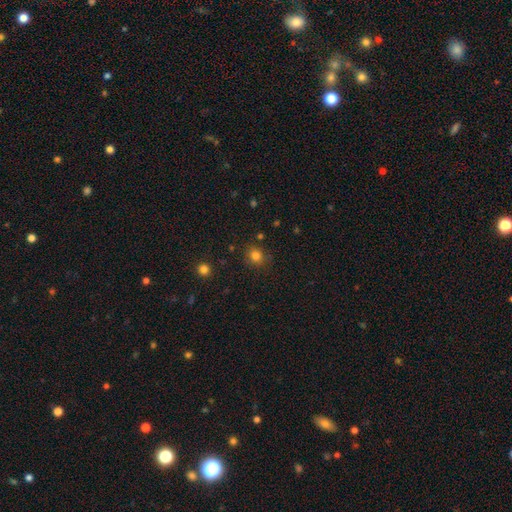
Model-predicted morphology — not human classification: smooth_or_featured: smooth (p=0.80) [alt: star or artifact p=0.14]
how_rounded: round (p=0.81) [alt: in between p=0.18]
merging: none (p=0.85) [alt: minor disturbance p=0.10]